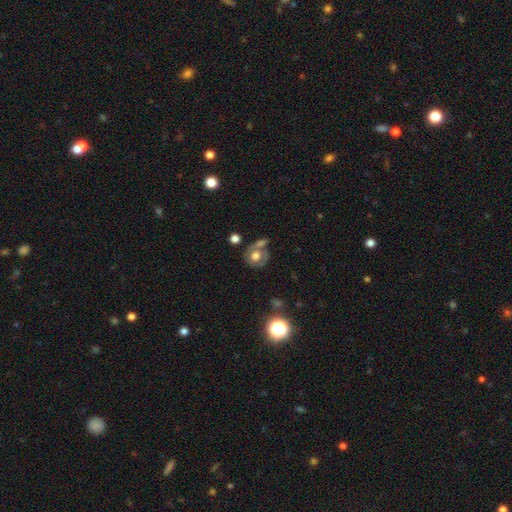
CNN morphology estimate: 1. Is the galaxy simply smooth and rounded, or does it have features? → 48% smooth, 42% featured or disk, 10% star or artifact.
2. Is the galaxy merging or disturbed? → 50% none, 23% merger, 17% minor disturbance, 10% major disturbance.